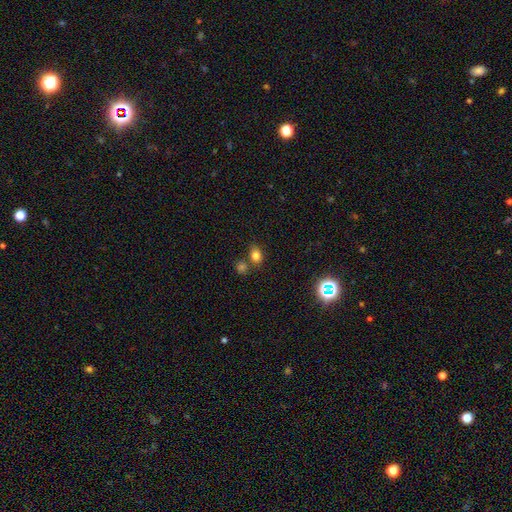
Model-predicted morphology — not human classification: smooth_or_featured: smooth (p=0.76) [alt: star or artifact p=0.17]
how_rounded: in between (p=0.52) [alt: round p=0.47]
merging: none (p=0.63) [alt: merger p=0.20]